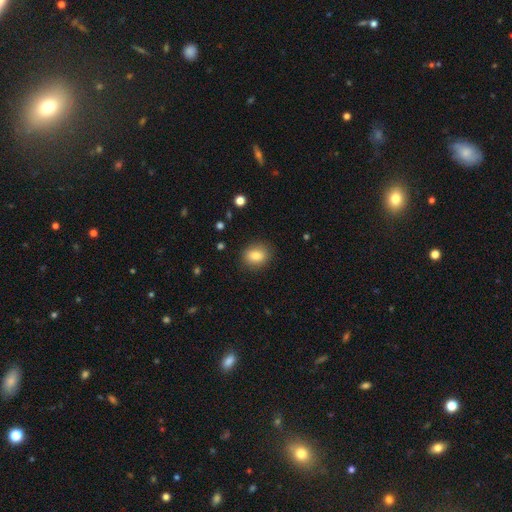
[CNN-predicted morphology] smooth_or_featured: smooth (p=0.82) [alt: star or artifact p=0.09]
how_rounded: round (p=0.57) [alt: in between p=0.42]
merging: none (p=0.87) [alt: minor disturbance p=0.10]